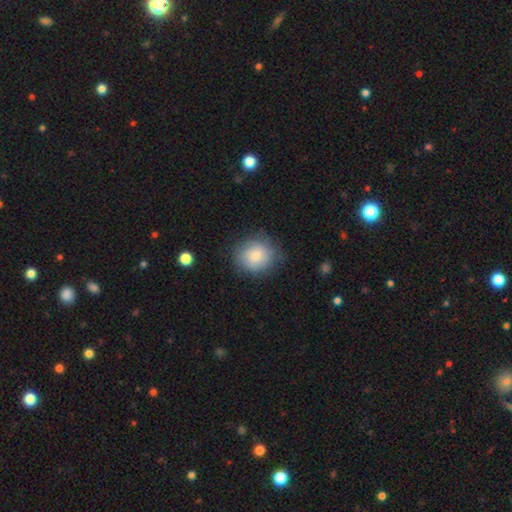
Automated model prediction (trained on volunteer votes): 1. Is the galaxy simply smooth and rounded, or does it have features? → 75% smooth, 17% featured or disk, 8% star or artifact.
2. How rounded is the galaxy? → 85% round, 14% in between, 1% cigar-shaped.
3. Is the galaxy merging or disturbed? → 78% none, 16% minor disturbance, 5% major disturbance, 1% merger.